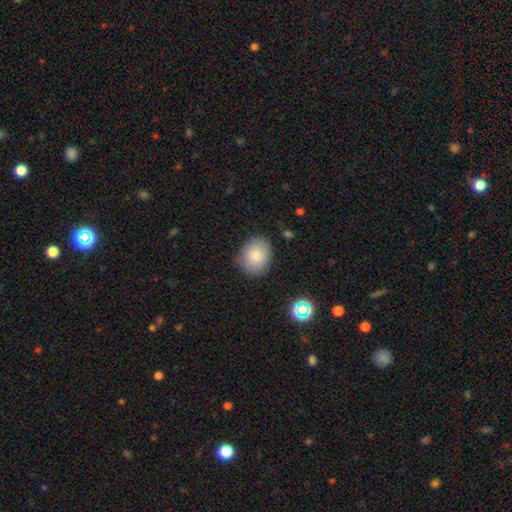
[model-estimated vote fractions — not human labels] The model was most divided on "how rounded": in between: 53%, round: 46%, cigar-shaped: 1%. More confident: smooth or featured — smooth (84%); merging — none (81%).